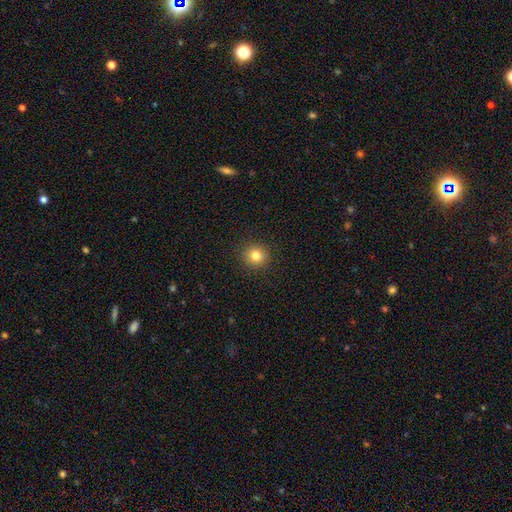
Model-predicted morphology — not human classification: smooth-or-featured: smooth: 82% | star or artifact: 12% | featured or disk: 6%
  how-rounded: round: 92% | in between: 7% | cigar-shaped: 1%
  merging: none: 92% | minor disturbance: 5% | major disturbance: 2% | merger: 1%